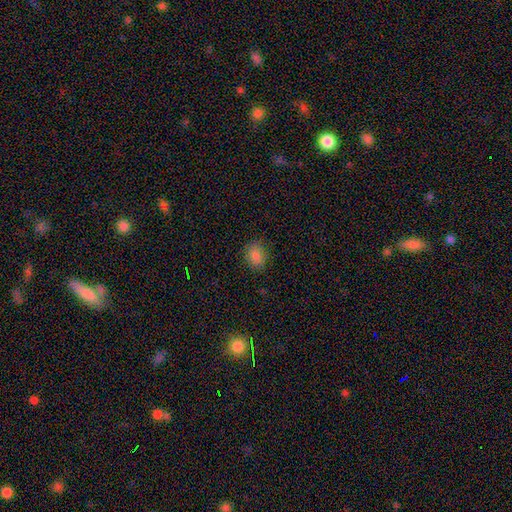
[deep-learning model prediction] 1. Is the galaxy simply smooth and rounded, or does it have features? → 85% smooth, 11% star or artifact, 5% featured or disk.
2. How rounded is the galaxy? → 50% in between, 49% round, 1% cigar-shaped.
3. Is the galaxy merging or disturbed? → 83% none, 13% minor disturbance, 3% major disturbance, 1% merger.